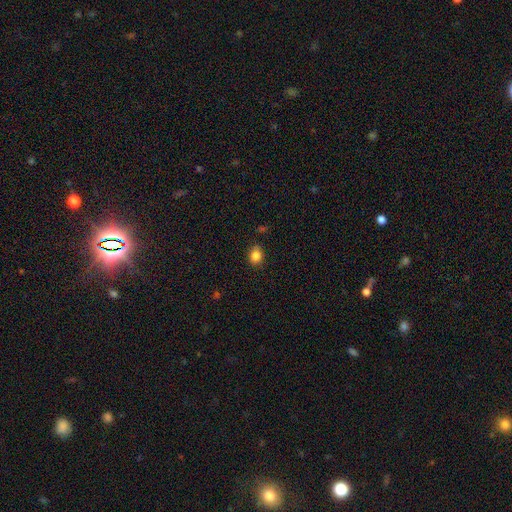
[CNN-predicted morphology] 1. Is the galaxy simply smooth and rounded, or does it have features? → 84% smooth, 11% star or artifact, 6% featured or disk.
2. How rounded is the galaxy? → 56% round, 43% in between, 1% cigar-shaped.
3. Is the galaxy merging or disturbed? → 84% none, 12% minor disturbance, 3% major disturbance, 2% merger.